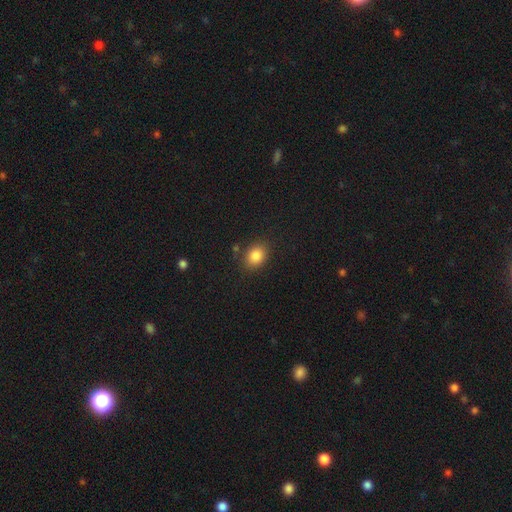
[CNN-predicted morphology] type=smooth (85%); roundness=in between (51%); merging=none (82%).